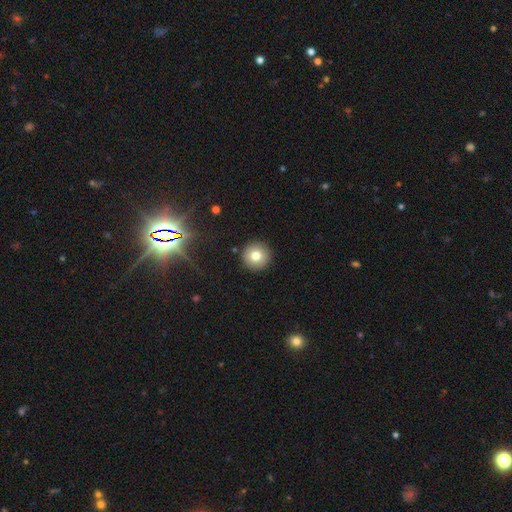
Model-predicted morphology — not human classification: Q: Smooth or featured?
A: smooth (76%); runner-up: featured or disk (12%)
Q: How rounded?
A: round (96%); runner-up: in between (3%)
Q: Merging?
A: none (92%); runner-up: minor disturbance (5%)